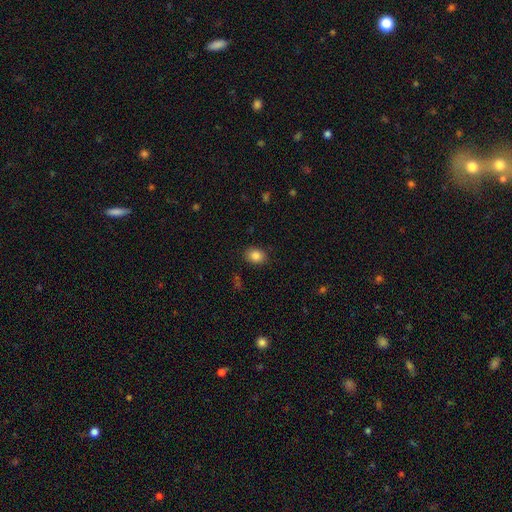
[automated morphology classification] Smooth or featured? smooth (85%)
How rounded? in between (62%)
Merging? none (87%)